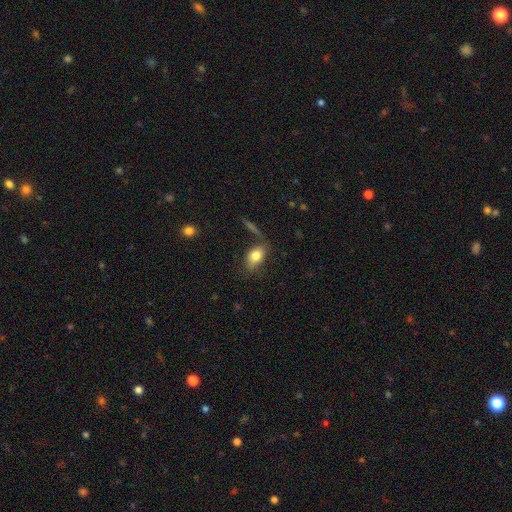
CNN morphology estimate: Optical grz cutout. It shows a smooth galaxy with no disk features (79%) that is in between round and cigar-shaped (86%). Merging: none (66%).